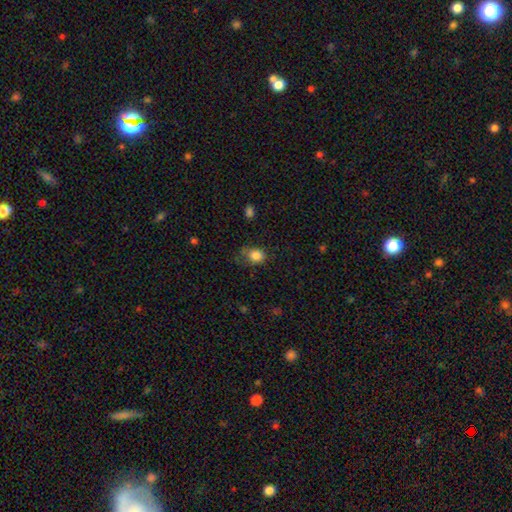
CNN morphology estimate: Smooth or featured?
  - smooth: 83% *
  - star or artifact: 10%
  - featured or disk: 7%
How rounded?
  - in between: 56% *
  - round: 43%
  - cigar-shaped: 1%
Merging?
  - none: 51% *
  - minor disturbance: 33%
  - major disturbance: 14%
  - merger: 2%